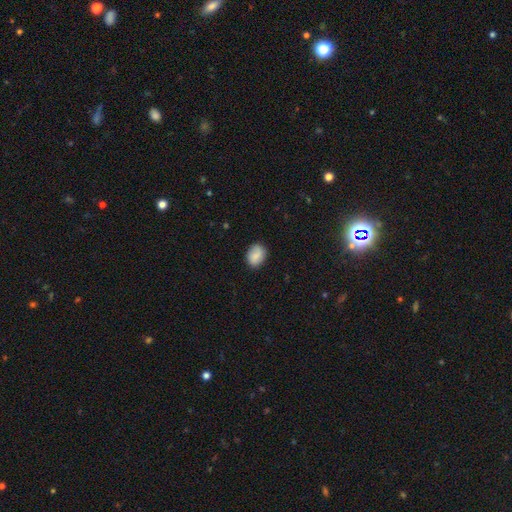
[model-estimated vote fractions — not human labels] Overall: smooth (86%). How rounded: in between (62%; round 37%). Merging: none (84%).